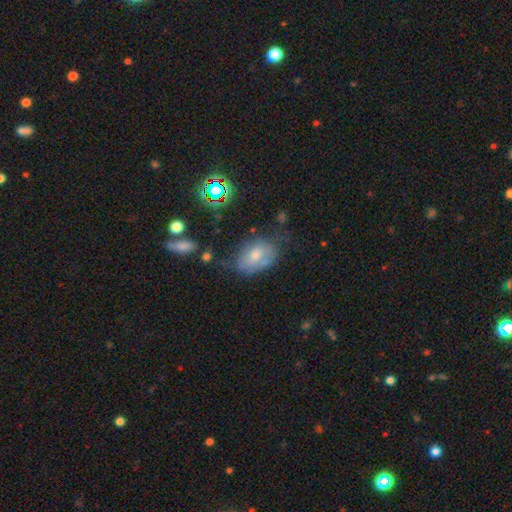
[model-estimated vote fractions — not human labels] The model was most divided on "merging": none: 50%, minor disturbance: 30%, major disturbance: 14%, merger: 7%. More confident: how rounded — in between (85%); smooth or featured — smooth (60%).